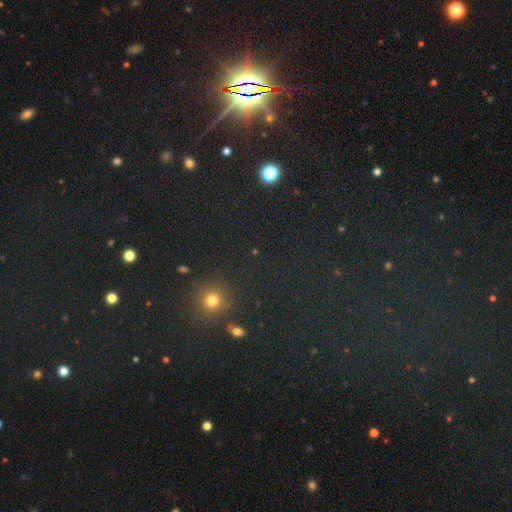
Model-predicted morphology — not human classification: This is likely a star or artifact rather than a galaxy (62%).